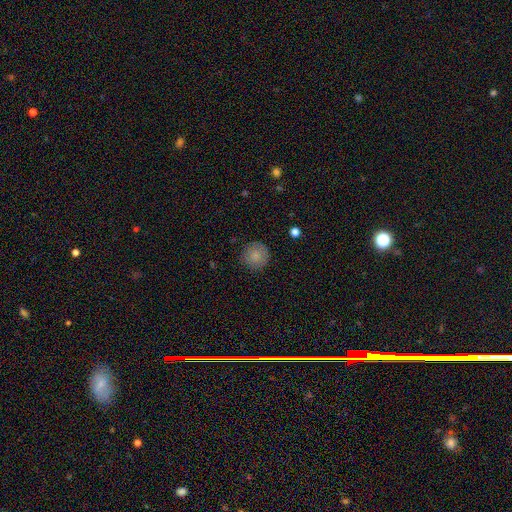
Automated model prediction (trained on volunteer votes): Q: Smooth or featured?
A: smooth (84%); runner-up: star or artifact (8%)
Q: How rounded?
A: round (95%); runner-up: in between (4%)
Q: Merging?
A: none (87%); runner-up: minor disturbance (10%)